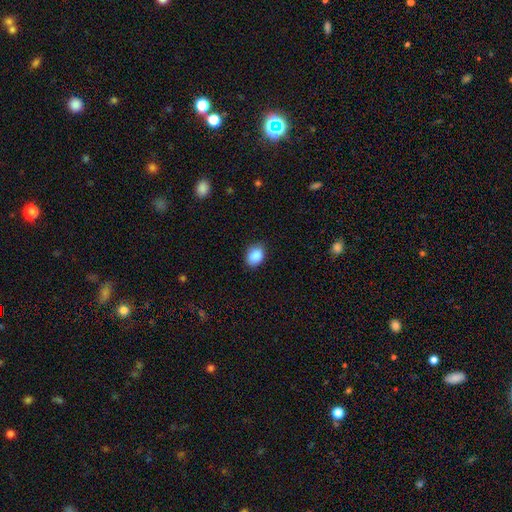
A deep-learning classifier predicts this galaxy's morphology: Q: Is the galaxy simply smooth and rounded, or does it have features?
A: smooth — 88%.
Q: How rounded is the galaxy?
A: in between — 67%.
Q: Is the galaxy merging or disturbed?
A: none — 82%.